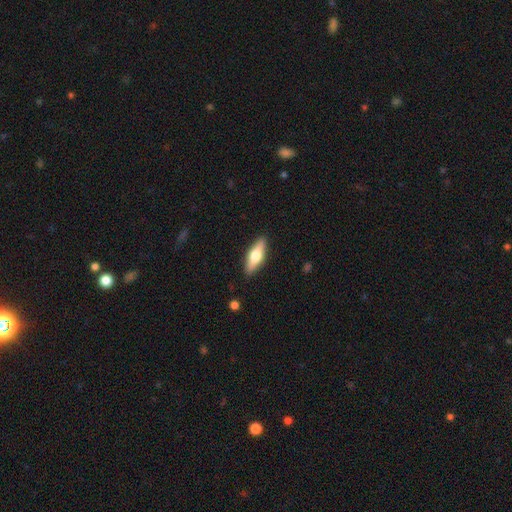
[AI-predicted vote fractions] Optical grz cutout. It shows a smooth galaxy with no disk features (53%) that is in between round and cigar-shaped (51%). Merging: none (89%).